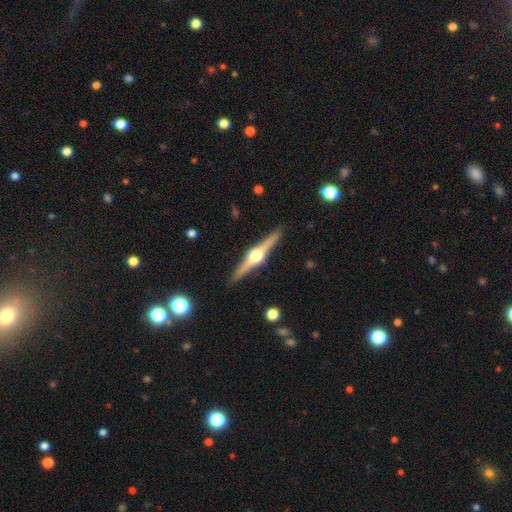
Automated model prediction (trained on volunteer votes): Morphology: type=featured or disk (84%); edge-on=yes (98%); edge-on bulge=rounded (96%); merging=none (91%).